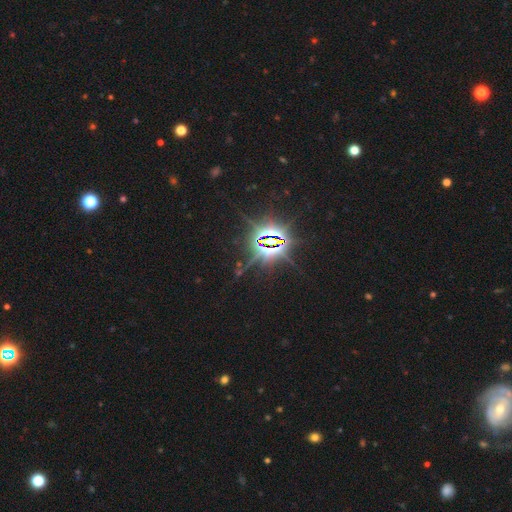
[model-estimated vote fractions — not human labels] Morphology: type=star or artifact (86%).